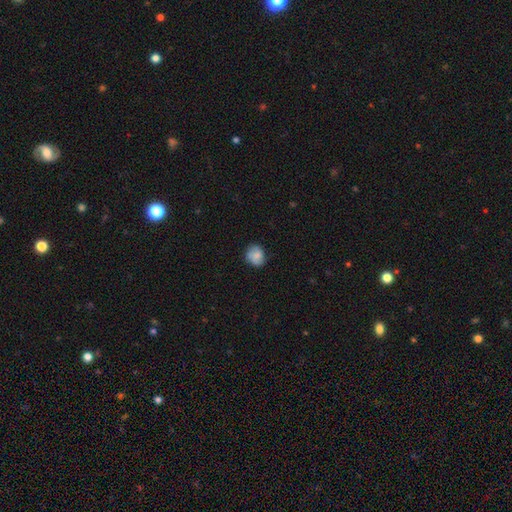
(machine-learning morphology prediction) A smooth galaxy with no disk features (70%) that is round (73%).

Vote fractions:
- Smooth or featured? smooth: 70% / featured or disk: 22% / star or artifact: 8%
- How rounded? round: 73% / in between: 26% / cigar-shaped: 1%
- Merging? none: 72% / minor disturbance: 21% / major disturbance: 5% / merger: 2%